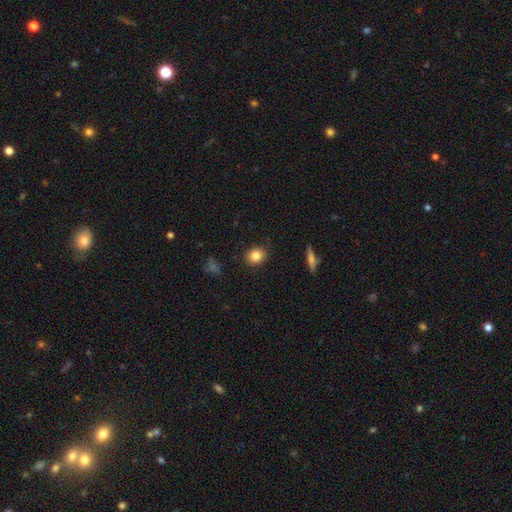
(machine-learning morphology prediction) Smooth or featured? smooth (84%)
How rounded? round (59%)
Merging? none (88%)